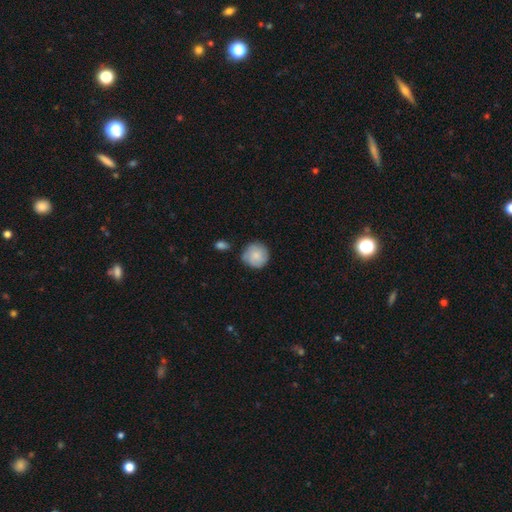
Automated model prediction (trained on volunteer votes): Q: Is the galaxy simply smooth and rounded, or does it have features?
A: smooth — 79%.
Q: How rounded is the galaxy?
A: round — 93%.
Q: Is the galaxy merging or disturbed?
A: none — 76%.